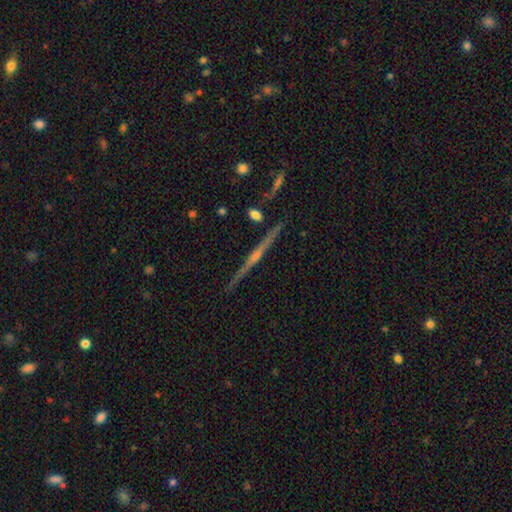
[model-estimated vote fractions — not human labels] Smooth or featured? featured or disk (81%)
Edge-on disk? yes (98%)
Edge-on bulge? rounded (80%)
Merging? none (89%)